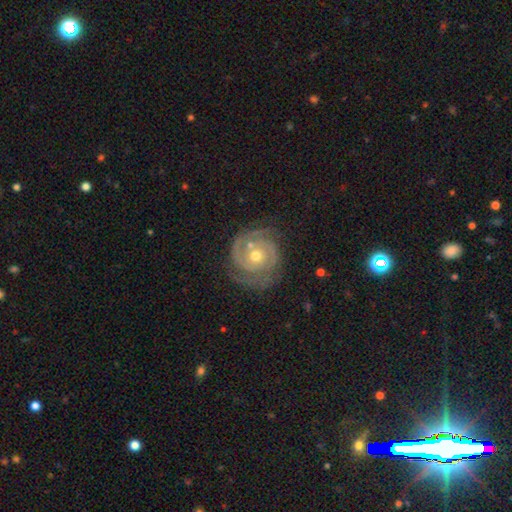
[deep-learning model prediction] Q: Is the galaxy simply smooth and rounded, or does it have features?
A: featured or disk — 90%.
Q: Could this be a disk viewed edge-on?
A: no — 98%.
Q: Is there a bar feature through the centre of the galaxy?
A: no — 78%.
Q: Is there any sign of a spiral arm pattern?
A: yes — 98%.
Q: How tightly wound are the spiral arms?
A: tight — 76%.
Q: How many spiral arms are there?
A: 2 — 60%.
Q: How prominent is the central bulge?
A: moderate — 67%.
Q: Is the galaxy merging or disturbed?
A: none — 79%.